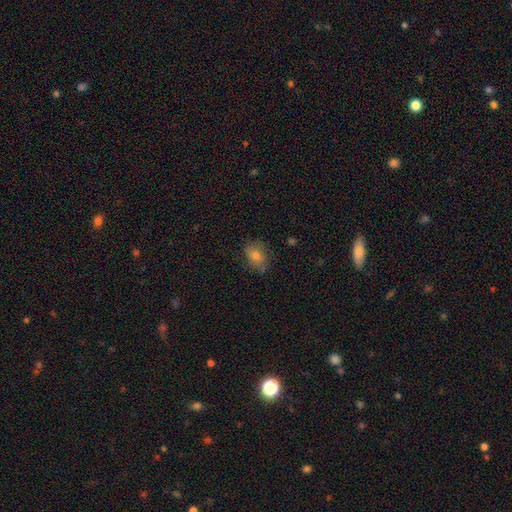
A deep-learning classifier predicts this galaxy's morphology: smooth 70%, featured or disk 19%, star or artifact 11%. Down the decision tree: how rounded — in between (69%); merging — none (74%).